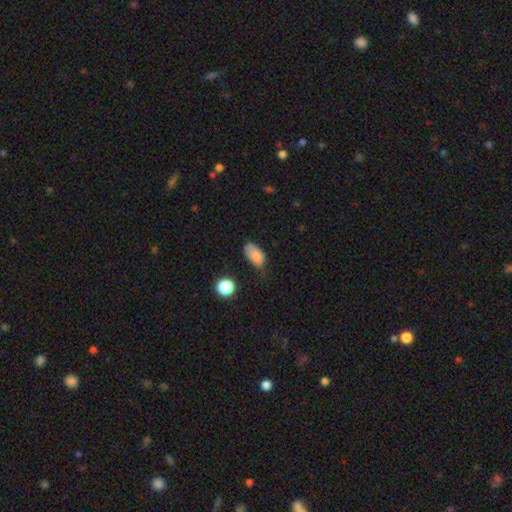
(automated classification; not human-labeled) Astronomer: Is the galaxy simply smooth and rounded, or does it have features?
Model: smooth — 82%.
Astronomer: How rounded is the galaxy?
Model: in between — 90%.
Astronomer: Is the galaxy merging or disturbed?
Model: none — 46% (runner-up: minor disturbance, 37%).